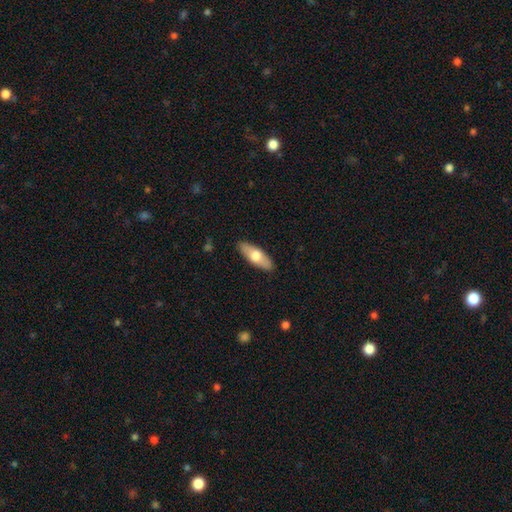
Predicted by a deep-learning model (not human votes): This is likely a smooth galaxy (64%). How rounded: likely in between (64%). Merging: clearly none (89%).